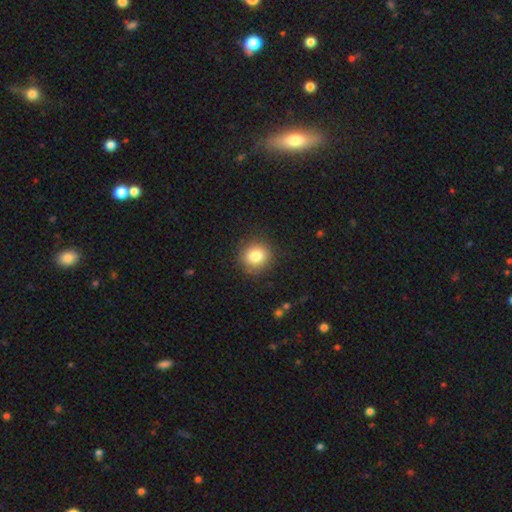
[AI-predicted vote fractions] This appears to be a smooth galaxy with no disk features (83%) that is round (88%). Merging: none (88%).